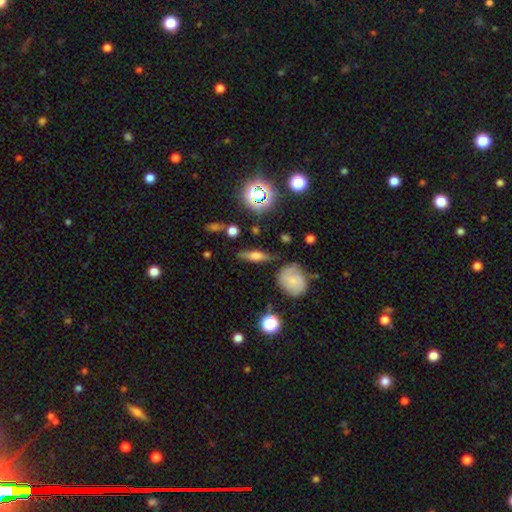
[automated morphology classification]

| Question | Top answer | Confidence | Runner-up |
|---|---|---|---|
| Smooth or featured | featured or disk | 51% | smooth (37%) |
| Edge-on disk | yes | 86% | no (14%) |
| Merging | none | 79% | minor disturbance (13%) |